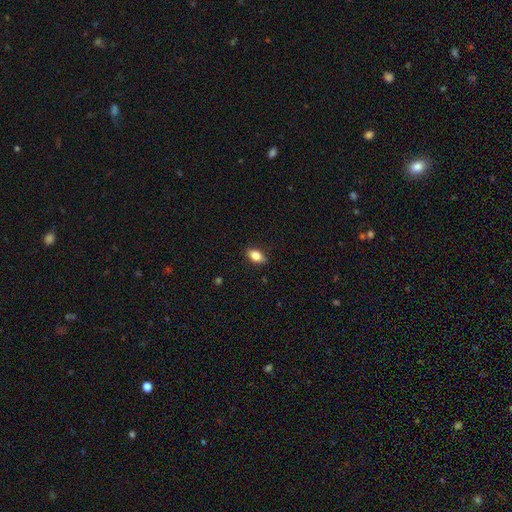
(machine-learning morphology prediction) Smooth or featured: smooth — 78% (featured or disk — 14%)
How rounded: in between — 84% (round — 10%)
Merging: none — 85% (minor disturbance — 12%)